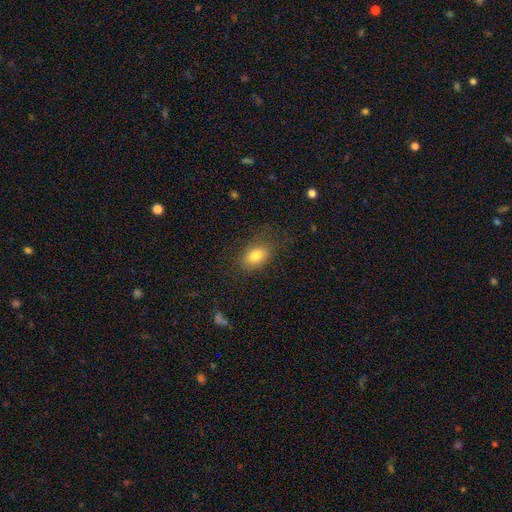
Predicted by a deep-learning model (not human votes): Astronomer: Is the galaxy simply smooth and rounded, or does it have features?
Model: smooth — 81%.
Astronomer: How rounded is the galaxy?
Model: in between — 83%.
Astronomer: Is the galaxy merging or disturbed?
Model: none — 77%.